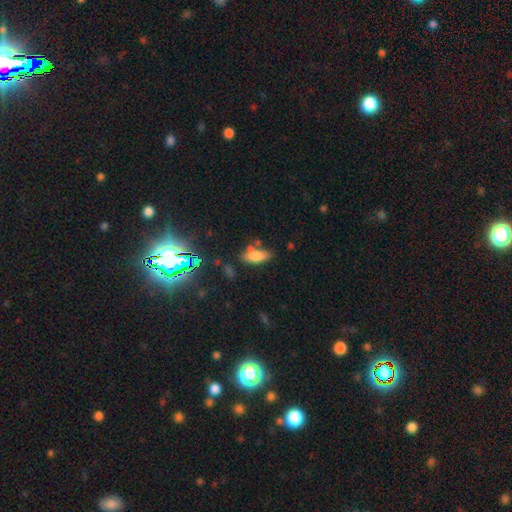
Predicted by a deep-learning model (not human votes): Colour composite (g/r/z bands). It shows a smooth galaxy with no disk features (72%) that is in between round and cigar-shaped (74%). Merging: none (60%).